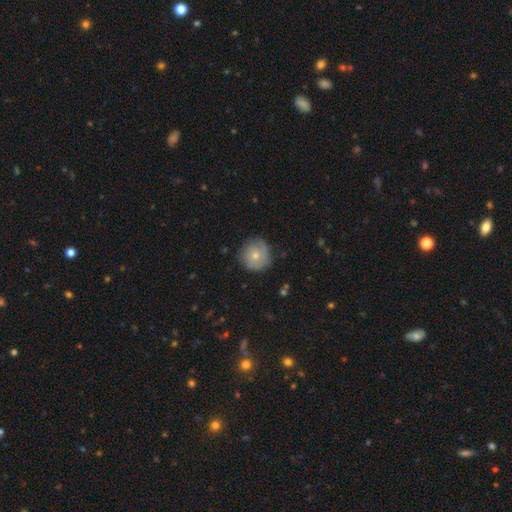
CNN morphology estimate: This is likely a smooth galaxy (68%). How rounded: clearly round (93%). Merging: likely none (77%).